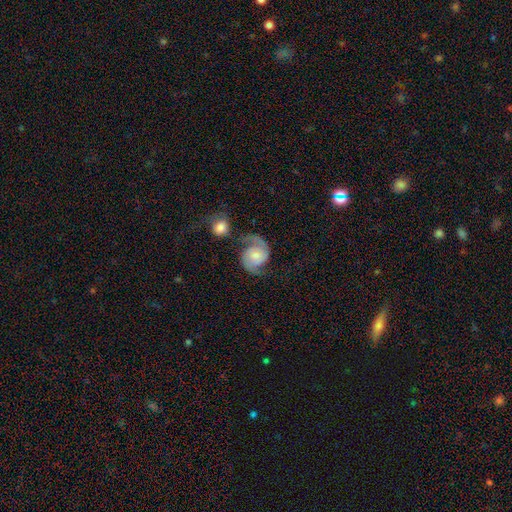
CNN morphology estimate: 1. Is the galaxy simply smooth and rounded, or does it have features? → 83% featured or disk, 12% smooth, 6% star or artifact.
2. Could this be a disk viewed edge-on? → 98% no, 2% yes.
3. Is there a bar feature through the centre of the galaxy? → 63% no, 30% weak, 6% strong.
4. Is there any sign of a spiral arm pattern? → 96% yes, 4% no.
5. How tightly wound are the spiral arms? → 49% medium, 27% loose, 24% tight.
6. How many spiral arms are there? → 90% 2, 4% 1, 3% can't tell, 1% 3, 1% 4, 1% more than 4.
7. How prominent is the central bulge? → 43% small, 38% moderate, 10% none, 8% large, 2% dominant.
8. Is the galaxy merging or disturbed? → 54% none, 17% minor disturbance, 16% merger, 13% major disturbance.